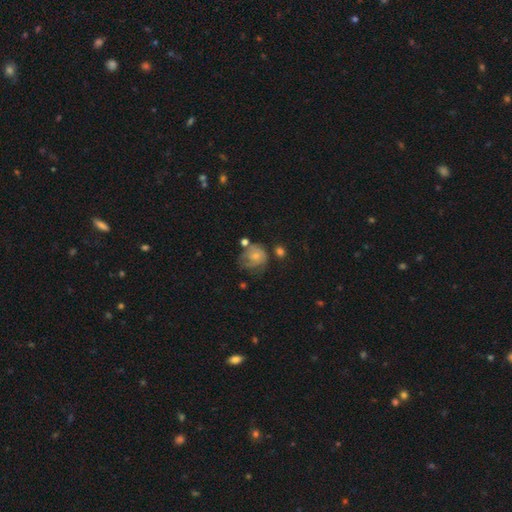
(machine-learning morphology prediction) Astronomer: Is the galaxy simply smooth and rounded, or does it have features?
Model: featured or disk — 53% (runner-up: smooth, 38%).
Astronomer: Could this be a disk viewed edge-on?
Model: no — 98%.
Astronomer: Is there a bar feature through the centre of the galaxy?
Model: no — 77%.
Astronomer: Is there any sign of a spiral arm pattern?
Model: yes — 76%.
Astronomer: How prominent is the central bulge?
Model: small — 56% (runner-up: moderate, 34%).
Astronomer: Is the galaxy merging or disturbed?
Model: none — 44% (runner-up: minor disturbance, 27%).